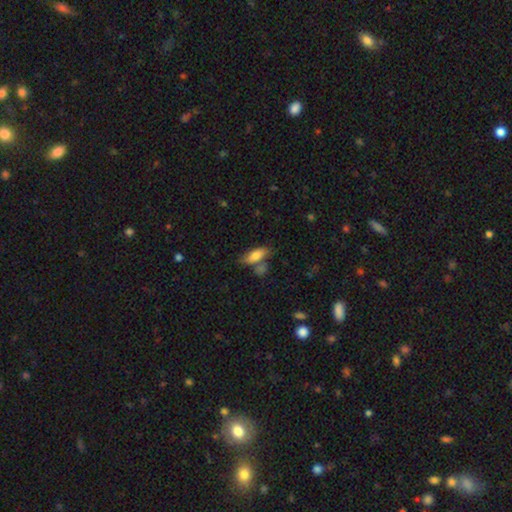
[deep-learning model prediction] smooth-or-featured: smooth: 76% | featured or disk: 17% | star or artifact: 7%
  how-rounded: in between: 72% | cigar-shaped: 25% | round: 3%
  merging: none: 56% | merger: 19% | minor disturbance: 18% | major disturbance: 6%